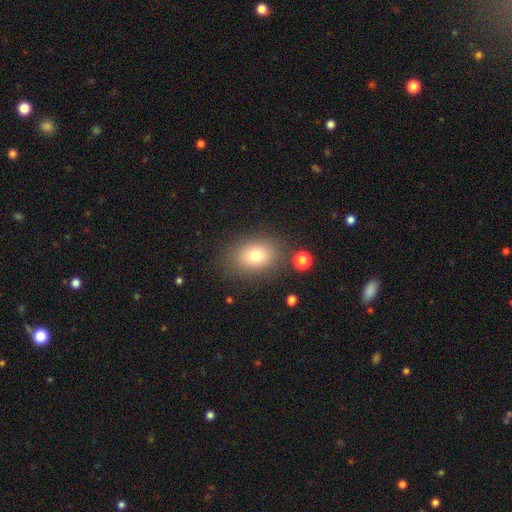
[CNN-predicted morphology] Q: Smooth or featured?
A: smooth (77%); runner-up: star or artifact (12%)
Q: How rounded?
A: in between (64%); runner-up: round (35%)
Q: Merging?
A: none (82%); runner-up: minor disturbance (11%)